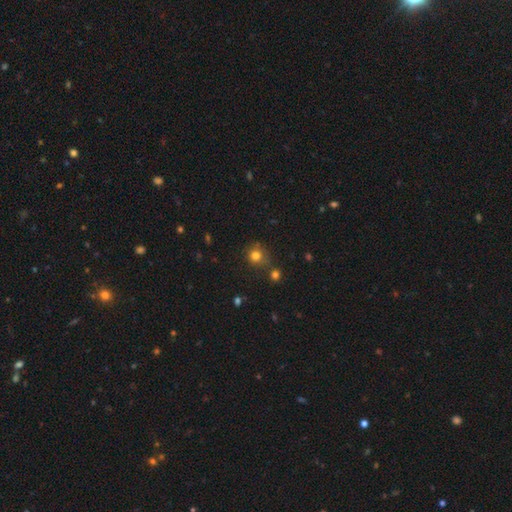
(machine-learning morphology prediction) smooth-or-featured: smooth: 78% | star or artifact: 15% | featured or disk: 7%
  how-rounded: round: 88% | in between: 11% | cigar-shaped: 1%
  merging: none: 74% | minor disturbance: 13% | merger: 9% | major disturbance: 4%